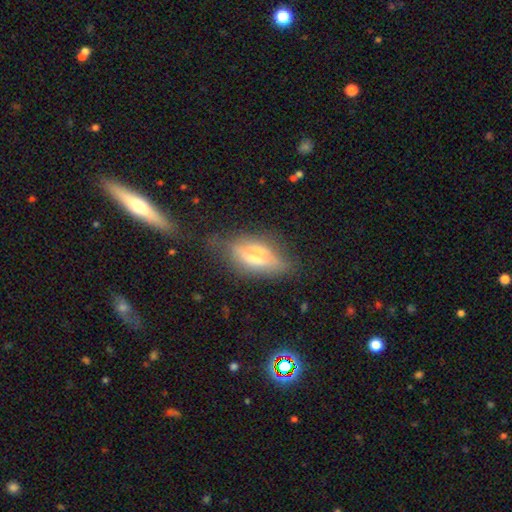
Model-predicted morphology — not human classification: This is possibly a featured or disk galaxy (47%). Merging: possibly none (56%).